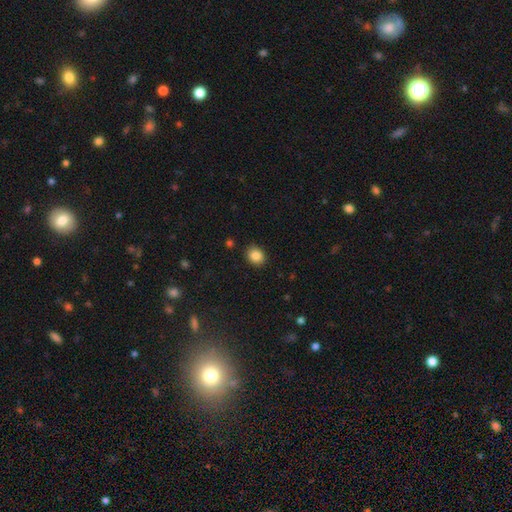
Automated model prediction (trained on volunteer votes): Morphology: type=smooth (86%); roundness=round (59%); merging=none (88%).